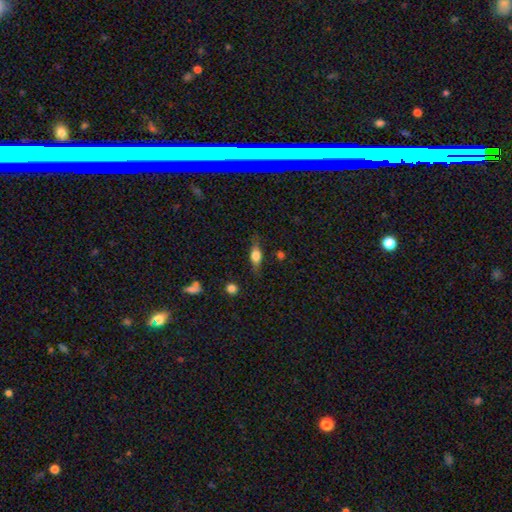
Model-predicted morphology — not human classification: smooth-or-featured: smooth: 62% | featured or disk: 30% | star or artifact: 8%
  how-rounded: in between: 64% | cigar-shaped: 29% | round: 6%
  merging: none: 76% | minor disturbance: 18% | major disturbance: 5% | merger: 2%